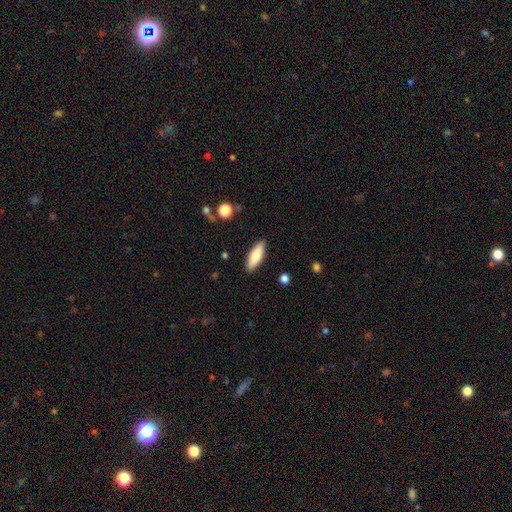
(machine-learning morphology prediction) Q: Smooth or featured?
A: smooth (73%); runner-up: featured or disk (21%)
Q: How rounded?
A: in between (59%); runner-up: cigar-shaped (39%)
Q: Merging?
A: none (88%); runner-up: minor disturbance (9%)